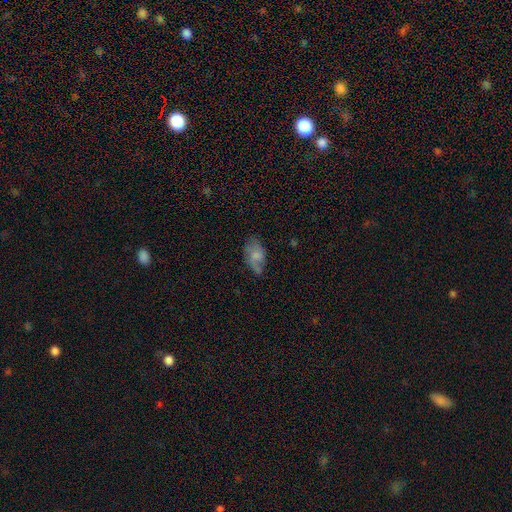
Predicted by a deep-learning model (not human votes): This is likely a smooth galaxy (61%). How rounded: clearly in between (92%). Merging: possibly none (56%).